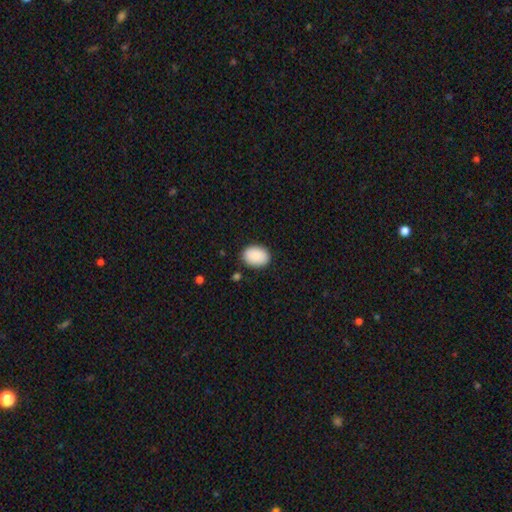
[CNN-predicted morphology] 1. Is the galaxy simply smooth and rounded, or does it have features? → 90% smooth, 7% star or artifact, 3% featured or disk.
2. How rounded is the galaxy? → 78% in between, 21% round, 1% cigar-shaped.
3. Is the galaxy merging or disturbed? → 87% none, 9% minor disturbance, 2% major disturbance, 1% merger.